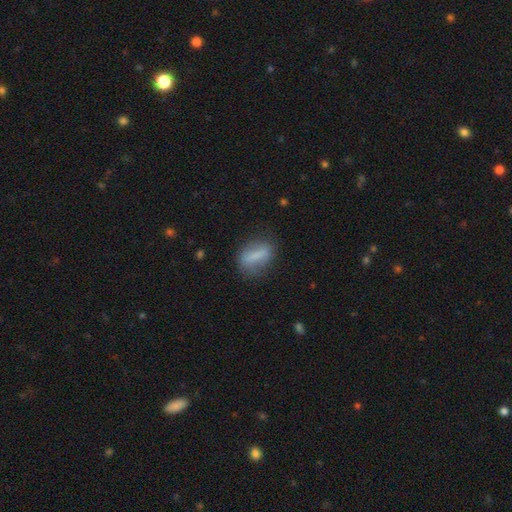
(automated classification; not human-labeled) smooth-or-featured: smooth: 67% | featured or disk: 25% | star or artifact: 9%
  how-rounded: in between: 65% | cigar-shaped: 22% | round: 13%
  merging: none: 71% | minor disturbance: 19% | major disturbance: 8% | merger: 2%